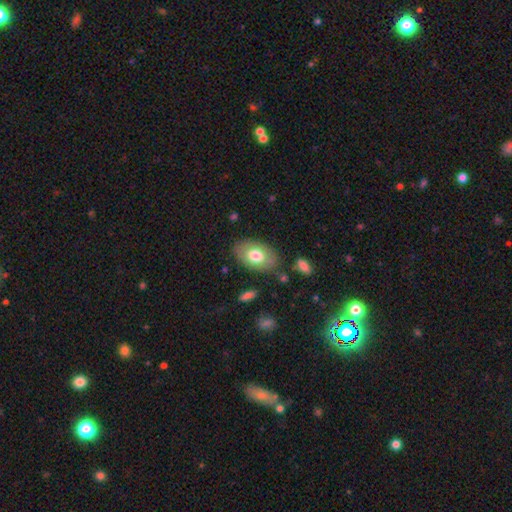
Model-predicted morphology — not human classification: The model was most divided on "smooth or featured": smooth: 71%, featured or disk: 22%, star or artifact: 7%. More confident: how rounded — in between (90%); merging — none (79%).